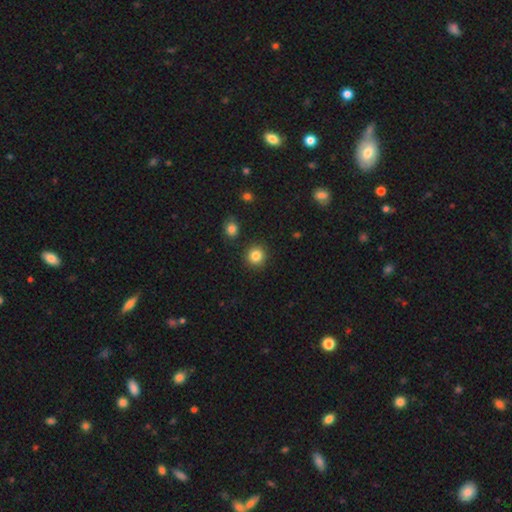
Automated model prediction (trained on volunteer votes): Smooth or featured? smooth (84%)
How rounded? round (92%)
Merging? none (90%)